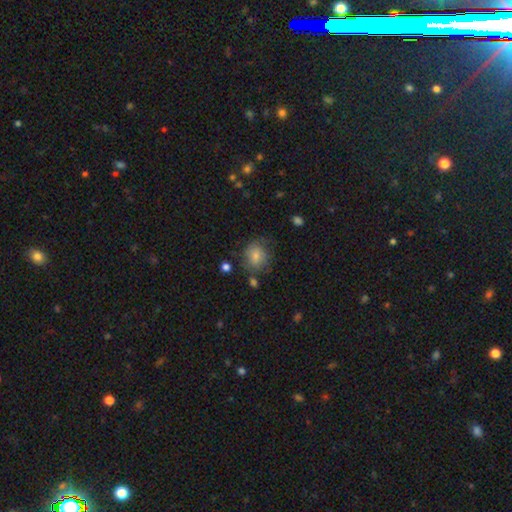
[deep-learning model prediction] A smooth galaxy with no disk features (71%) that is round (69%).

Vote fractions:
- Smooth or featured? smooth: 71% / featured or disk: 16% / star or artifact: 13%
- How rounded? round: 69% / in between: 30% / cigar-shaped: 1%
- Merging? none: 69% / minor disturbance: 20% / major disturbance: 7% / merger: 4%